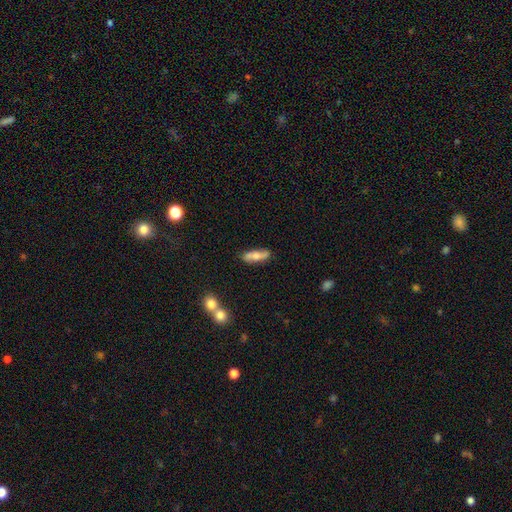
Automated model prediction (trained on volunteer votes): A smooth galaxy with no disk features (57%) that is in between round and cigar-shaped (51%). Merging: none (74%).